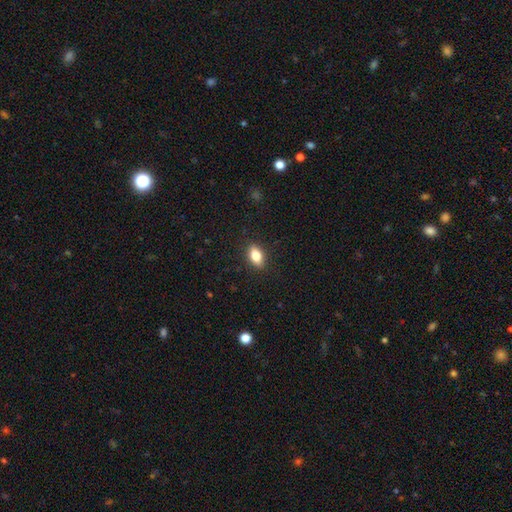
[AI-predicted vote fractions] A smooth galaxy with no disk features (78%) that is in between round and cigar-shaped (85%). Merging: none (88%).